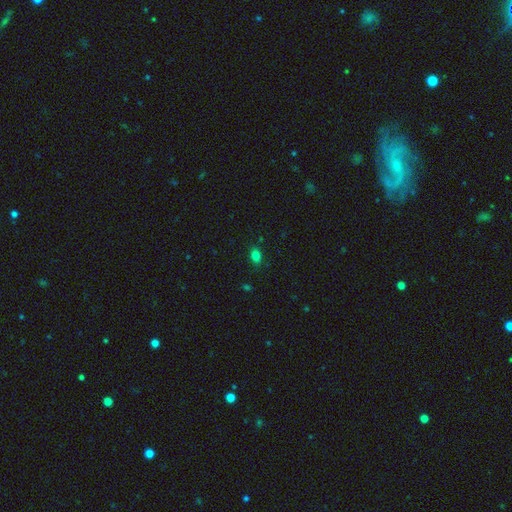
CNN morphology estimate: Overall: smooth (81%). How rounded: in between (77%). Merging: none (84%).